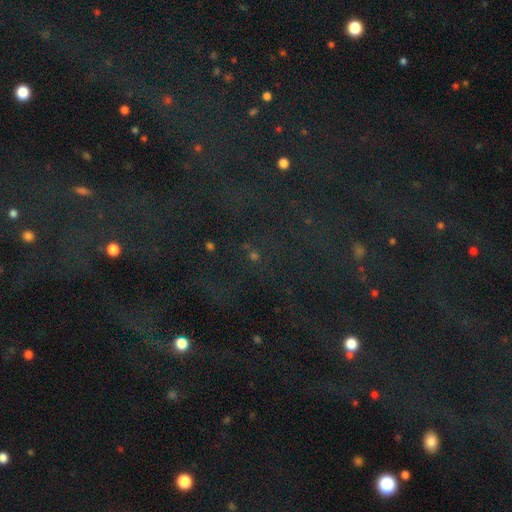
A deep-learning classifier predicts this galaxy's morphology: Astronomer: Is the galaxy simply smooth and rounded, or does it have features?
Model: star or artifact — 72%.